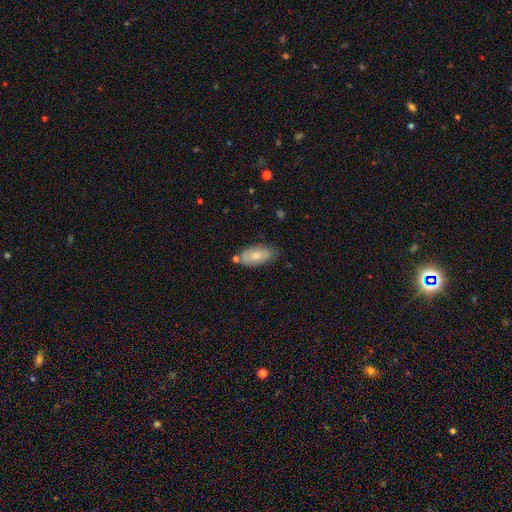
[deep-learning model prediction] Morphology: type=smooth (61%); roundness=in between (92%); merging=none (63%).